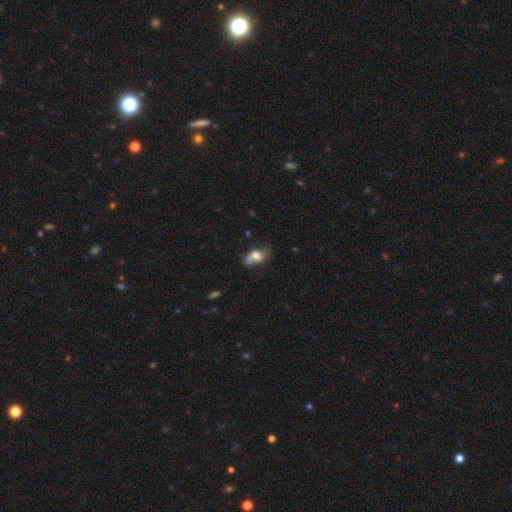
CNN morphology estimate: A smooth galaxy with no disk features (67%) that is in between round and cigar-shaped (85%). Merging: none (51%).